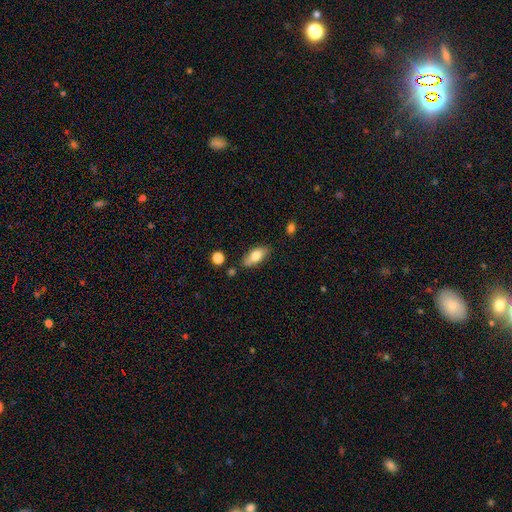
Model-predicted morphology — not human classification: Smooth or featured? smooth (74%)
How rounded? in between (81%)
Merging? none (76%)